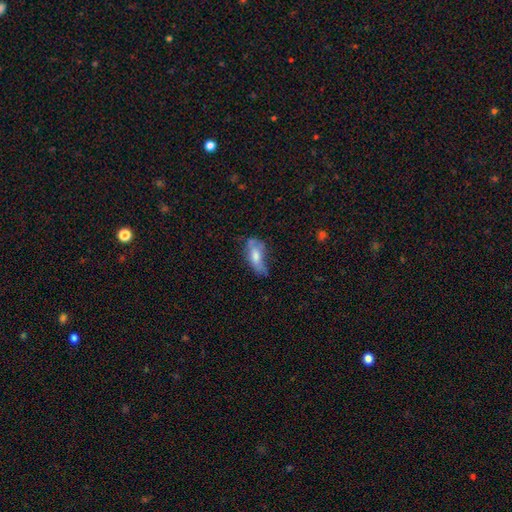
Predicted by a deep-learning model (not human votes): This is likely a smooth galaxy (61%). How rounded: clearly in between (81%). Merging: marginally minor disturbance (35%, tied with none).